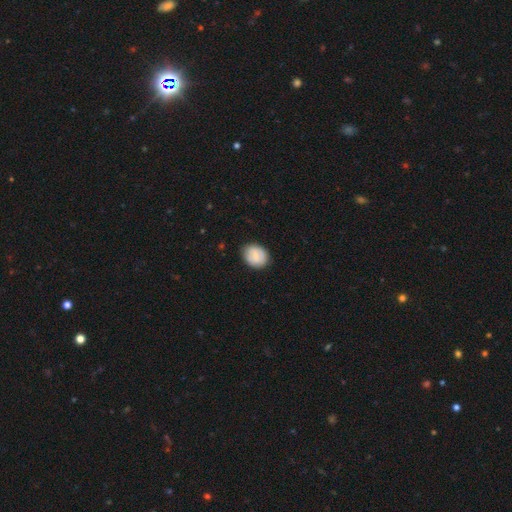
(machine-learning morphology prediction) This appears to be a smooth galaxy with no disk features (75%) that is round (53%). Merging: none (84%).